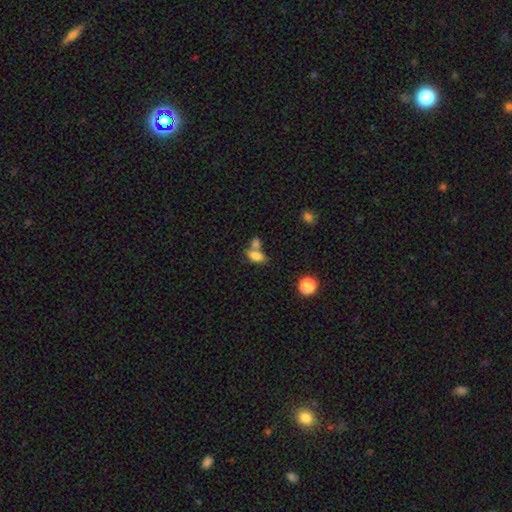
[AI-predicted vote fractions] This is likely a smooth galaxy (78%). How rounded: clearly in between (85%). Merging: possibly merger (45%).